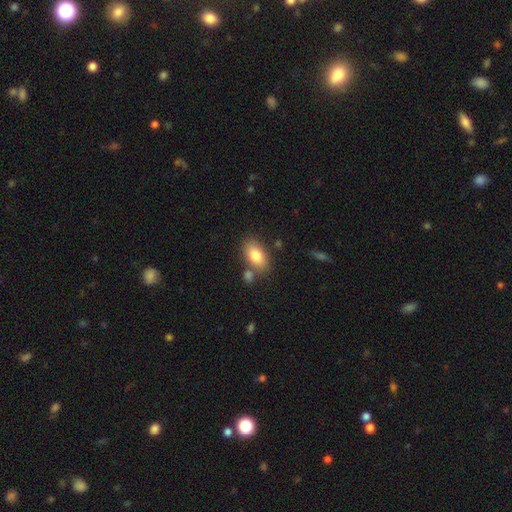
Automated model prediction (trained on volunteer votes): Smooth or featured?
  - smooth: 82% *
  - featured or disk: 11%
  - star or artifact: 7%
How rounded?
  - in between: 91% *
  - round: 5%
  - cigar-shaped: 3%
Merging?
  - none: 72% *
  - minor disturbance: 13%
  - merger: 11%
  - major disturbance: 4%